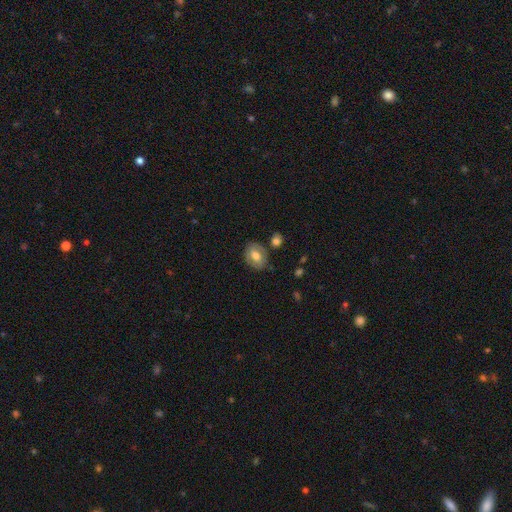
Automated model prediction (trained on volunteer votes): This is likely a smooth galaxy (62%). How rounded: likely in between (66%). Merging: likely none (76%).